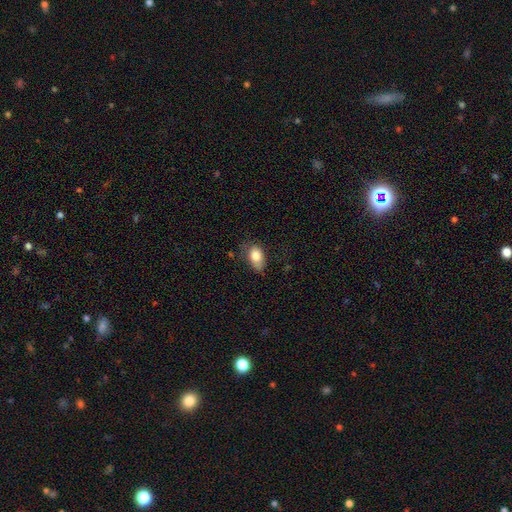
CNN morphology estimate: Smooth or featured?
  - smooth: 81% *
  - featured or disk: 11%
  - star or artifact: 7%
How rounded?
  - in between: 88% *
  - round: 11%
  - cigar-shaped: 2%
Merging?
  - none: 54% *
  - minor disturbance: 33%
  - major disturbance: 10%
  - merger: 2%